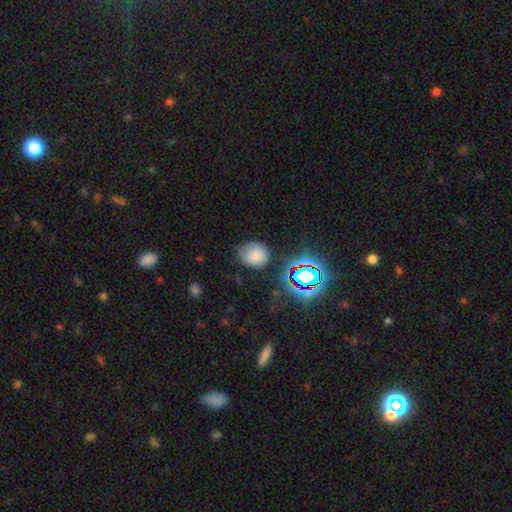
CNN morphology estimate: This appears to be a smooth galaxy with no disk features (74%) that is round (68%). Merging: none (62%).